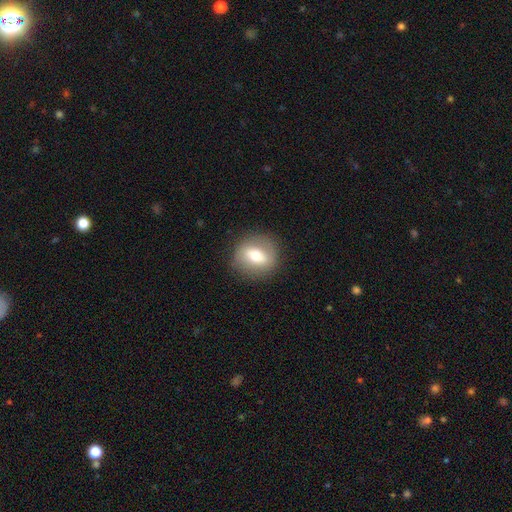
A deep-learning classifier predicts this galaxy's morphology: A smooth galaxy with no disk features (57%) that is round (76%).

Vote fractions:
- Smooth or featured? smooth: 57% / featured or disk: 35% / star or artifact: 8%
- How rounded? round: 76% / in between: 22% / cigar-shaped: 2%
- Merging? none: 86% / minor disturbance: 10% / major disturbance: 4% / merger: 1%